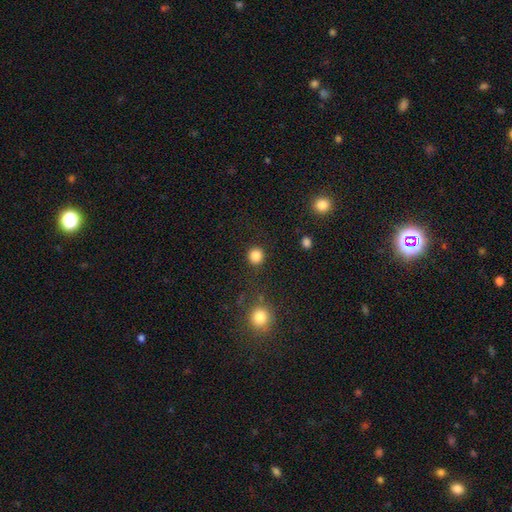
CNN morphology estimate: type=smooth (85%); roundness=round (93%); merging=none (89%).